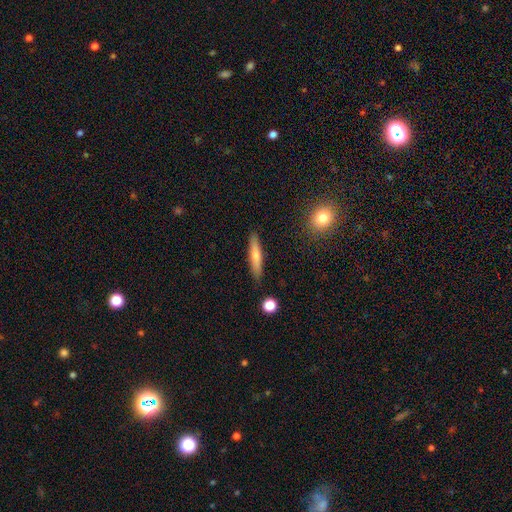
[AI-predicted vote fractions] This appears to be a smooth galaxy with no disk features (64%) that is cigar-shaped (89%). Merging: none (87%).